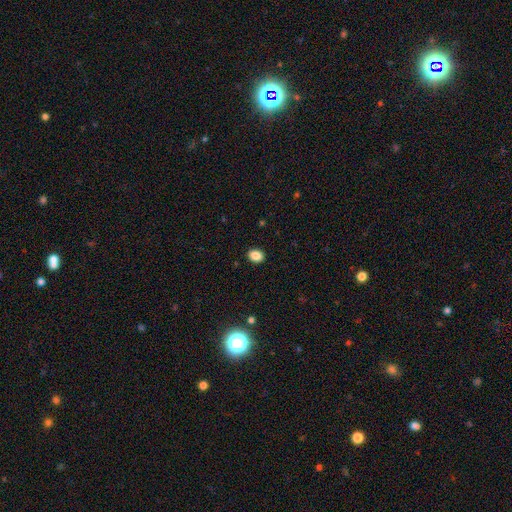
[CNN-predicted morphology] The model was most divided on "how rounded": in between: 61%, round: 38%, cigar-shaped: 1%. More confident: merging — none (91%); smooth or featured — smooth (87%).